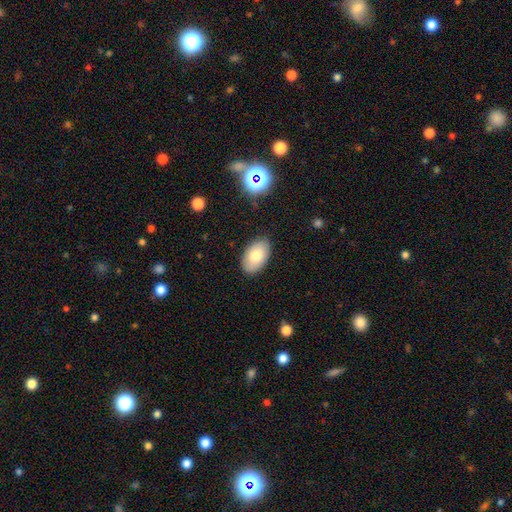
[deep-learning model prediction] This appears to be a smooth galaxy with no disk features (76%) that is in between round and cigar-shaped (93%). Merging: none (86%).